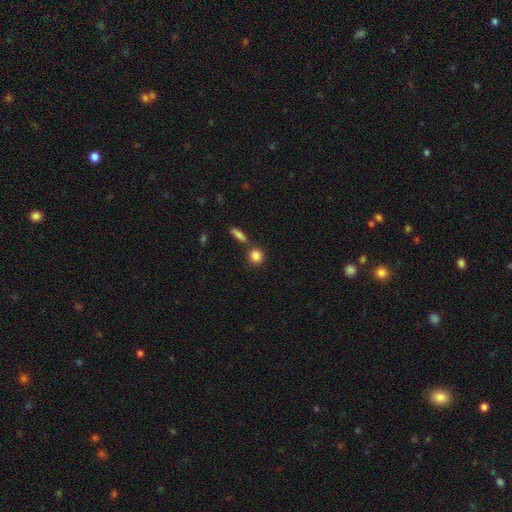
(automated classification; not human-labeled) A smooth galaxy with no disk features (85%) that is round (81%). Merging: none (72%).